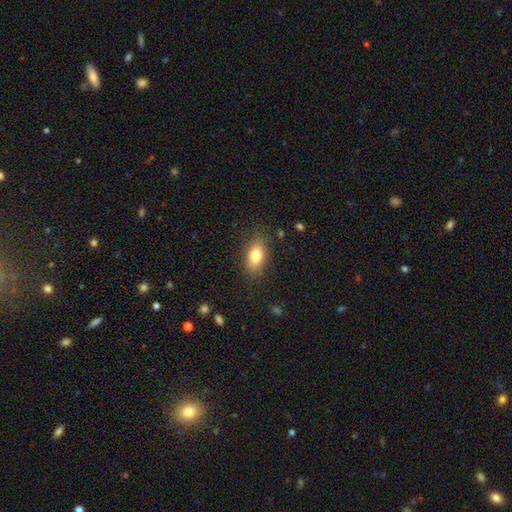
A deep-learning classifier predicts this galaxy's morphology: Smooth or featured: smooth — 80% (featured or disk — 12%)
How rounded: in between — 87% (round — 8%)
Merging: none — 83% (minor disturbance — 12%)